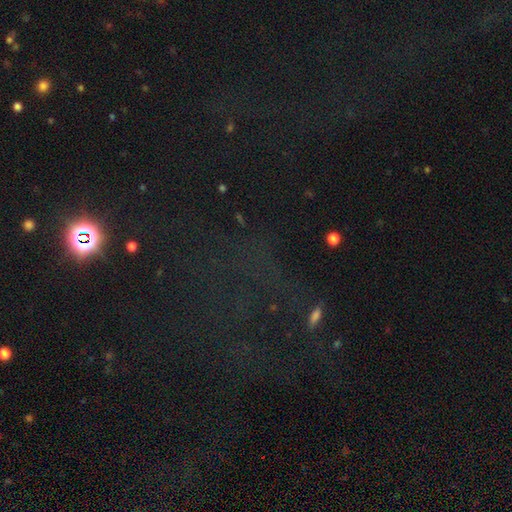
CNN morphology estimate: The model was most divided on "smooth or featured": star or artifact: 70%, smooth: 17%, featured or disk: 13%.